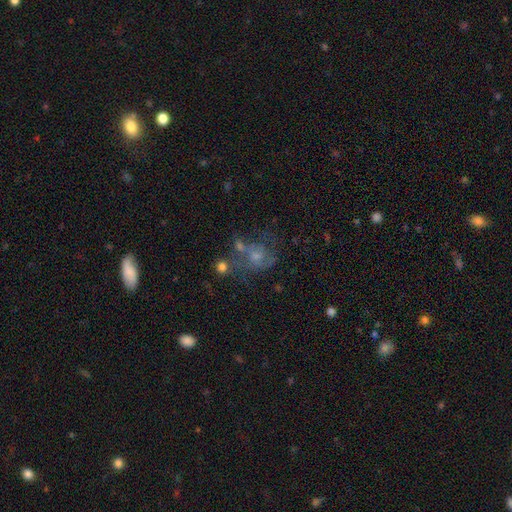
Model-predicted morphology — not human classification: Smooth or featured?
  - featured or disk: 49% *
  - smooth: 36%
  - star or artifact: 16%
Merging?
  - none: 34% *
  - major disturbance: 26%
  - merger: 21%
  - minor disturbance: 18%